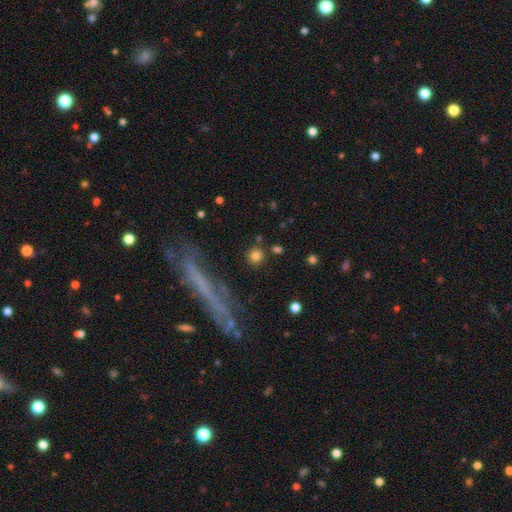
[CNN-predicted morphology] smooth_or_featured: smooth (p=0.80) [alt: star or artifact p=0.11]
how_rounded: round (p=0.93) [alt: in between p=0.05]
merging: none (p=0.85) [alt: minor disturbance p=0.06]